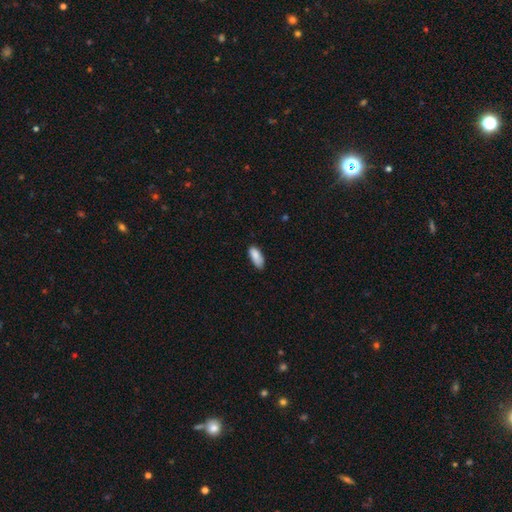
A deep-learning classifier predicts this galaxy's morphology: Smooth or featured? smooth (87%)
How rounded? in between (83%)
Merging? none (74%)